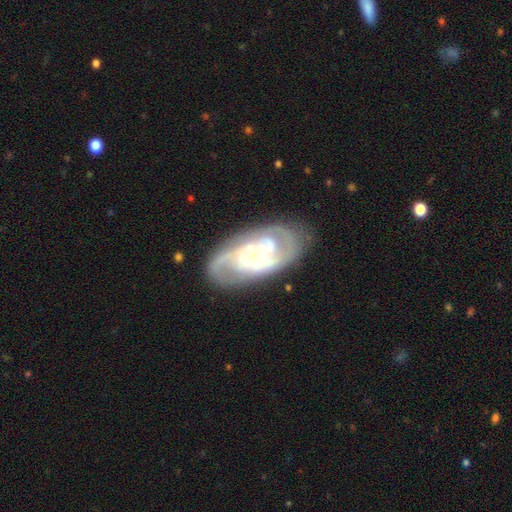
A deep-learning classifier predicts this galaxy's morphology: Smooth or featured?
  - featured or disk: 86% *
  - smooth: 8%
  - star or artifact: 5%
Edge-on disk?
  - no: 96% *
  - yes: 4%
Bar?
  - no: 58% *
  - weak: 31%
  - strong: 11%
Spiral arms?
  - yes: 95% *
  - no: 5%
Spiral winding?
  - tight: 51% *
  - medium: 40%
  - loose: 9%
Spiral arm count?
  - 2: 48% *
  - 3: 21%
  - can't tell: 18%
  - 4: 5%
  - 1: 4%
  - more than 4: 3%
Bulge size?
  - small: 71% *
  - moderate: 24%
  - large: 2%
  - none: 2%
  - dominant: 1%
Merging?
  - none: 75% *
  - minor disturbance: 16%
  - major disturbance: 7%
  - merger: 2%